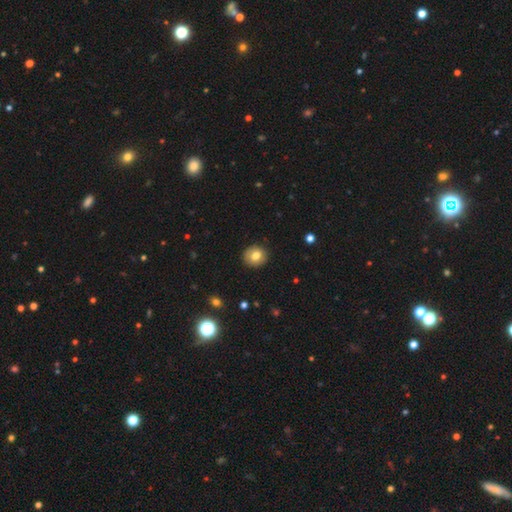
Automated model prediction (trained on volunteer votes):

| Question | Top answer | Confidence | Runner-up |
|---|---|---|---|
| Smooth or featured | smooth | 78% | featured or disk (12%) |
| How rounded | round | 81% | in between (18%) |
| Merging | none | 90% | minor disturbance (8%) |